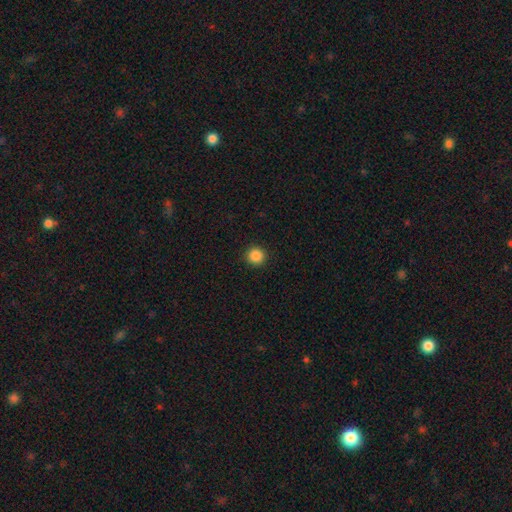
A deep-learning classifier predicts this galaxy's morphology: type=smooth (87%); roundness=round (95%); merging=none (93%).